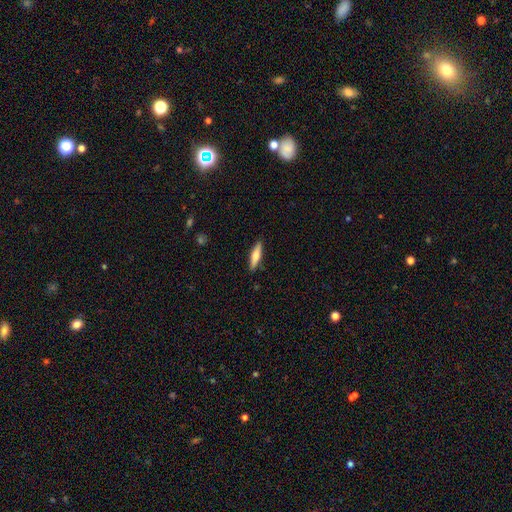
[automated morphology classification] Smooth or featured?
  - smooth: 64% *
  - featured or disk: 30%
  - star or artifact: 6%
How rounded?
  - cigar-shaped: 76% *
  - in between: 22%
  - round: 2%
Merging?
  - none: 89% *
  - minor disturbance: 8%
  - major disturbance: 2%
  - merger: 1%